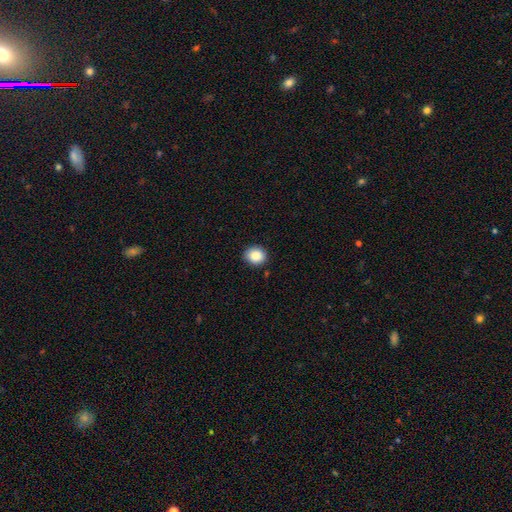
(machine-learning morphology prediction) Overall: smooth (87%). How rounded: round (73%). Merging: none (88%).